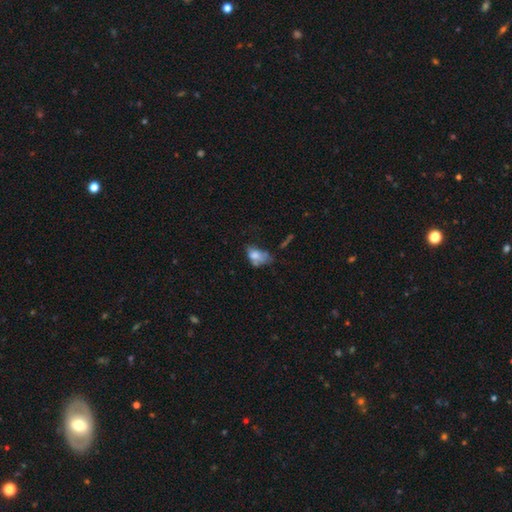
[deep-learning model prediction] Q: Smooth or featured?
A: smooth (63%); runner-up: featured or disk (26%)
Q: How rounded?
A: in between (85%); runner-up: round (12%)
Q: Merging?
A: major disturbance (29%); runner-up: none (26%)